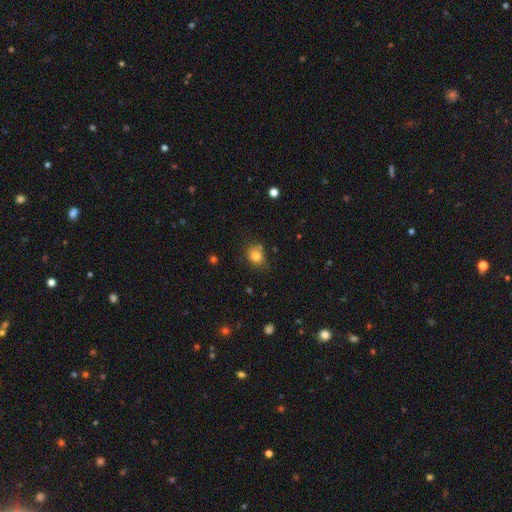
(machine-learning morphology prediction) Overall: smooth (81%). How rounded: round (62%; in between 37%). Merging: none (73%).